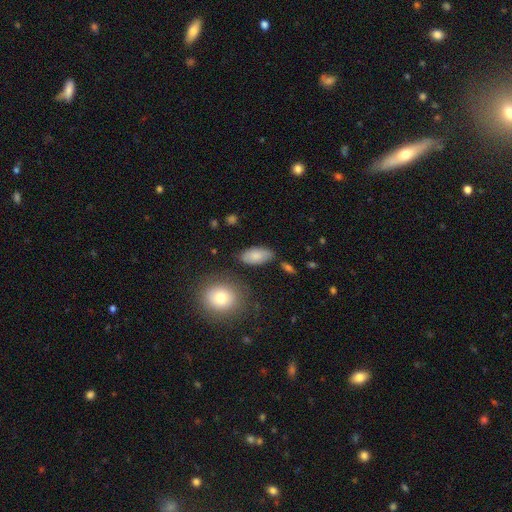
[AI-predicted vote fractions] smooth_or_featured: smooth (p=0.80) [alt: featured or disk p=0.13]
how_rounded: in between (p=0.93) [alt: cigar-shaped p=0.04]
merging: none (p=0.77) [alt: minor disturbance p=0.15]